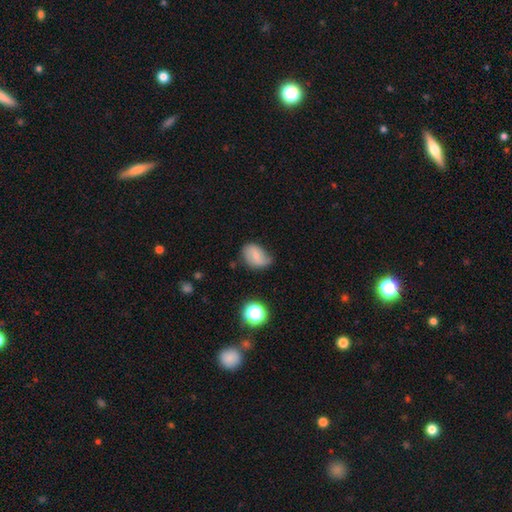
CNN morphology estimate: Smooth or featured? smooth (60%)
How rounded? in between (75%)
Merging? none (52%)